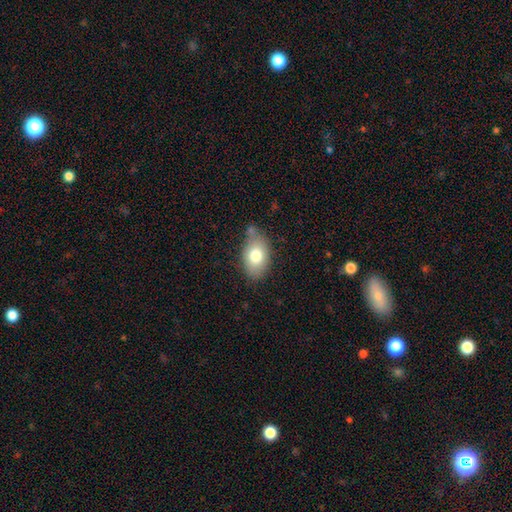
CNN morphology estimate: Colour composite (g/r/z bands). It shows a smooth galaxy with no disk features (77%) that is in between round and cigar-shaped (87%). Merging: none (63%).